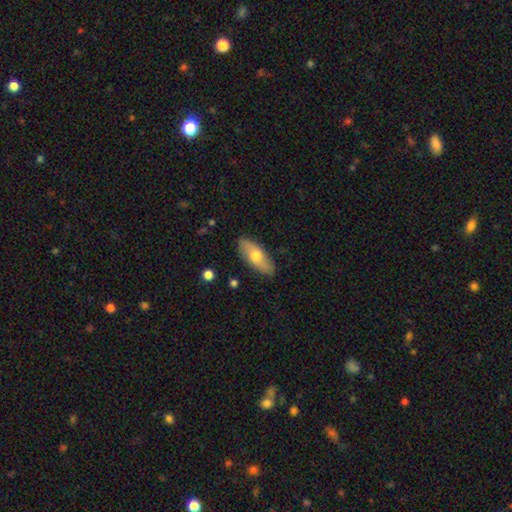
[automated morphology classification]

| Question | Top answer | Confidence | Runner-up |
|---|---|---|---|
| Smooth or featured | smooth | 63% | featured or disk (31%) |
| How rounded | in between | 79% | cigar-shaped (18%) |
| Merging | none | 86% | minor disturbance (11%) |